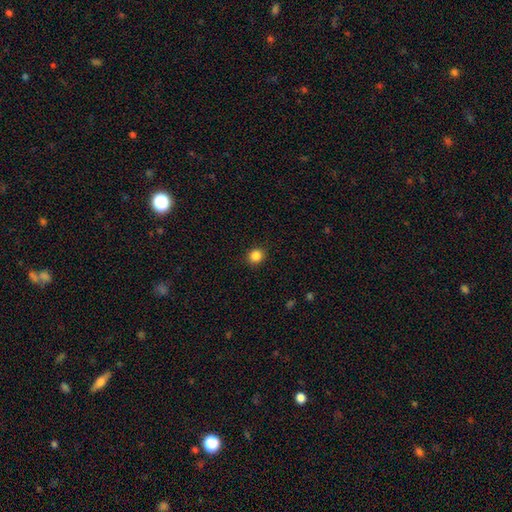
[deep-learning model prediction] A smooth galaxy with no disk features (86%) that is round (84%). Merging: none (91%).